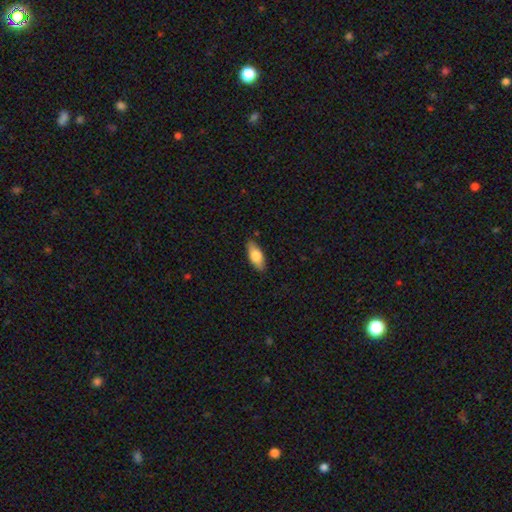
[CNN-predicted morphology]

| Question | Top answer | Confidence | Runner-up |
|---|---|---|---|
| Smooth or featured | smooth | 76% | featured or disk (18%) |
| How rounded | in between | 80% | cigar-shaped (17%) |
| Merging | none | 86% | minor disturbance (11%) |